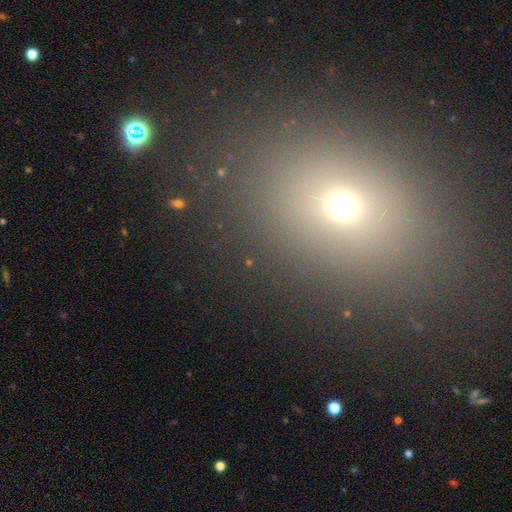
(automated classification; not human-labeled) The model was most divided on "how rounded": in between: 55%, round: 43%, cigar-shaped: 2%. More confident: merging — none (85%); smooth or featured — smooth (60%).